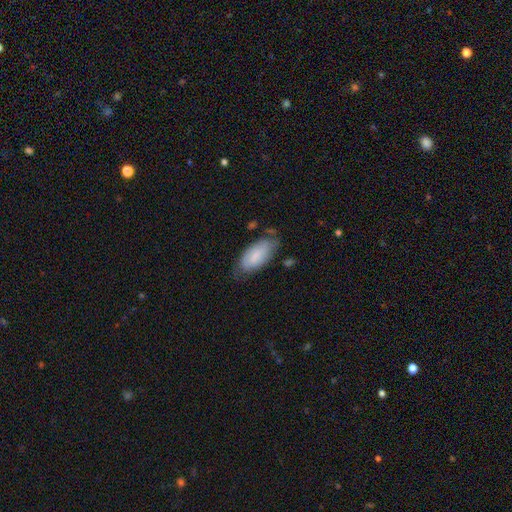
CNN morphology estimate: This is likely a smooth galaxy (75%). How rounded: clearly in between (91%). Merging: likely none (63%).